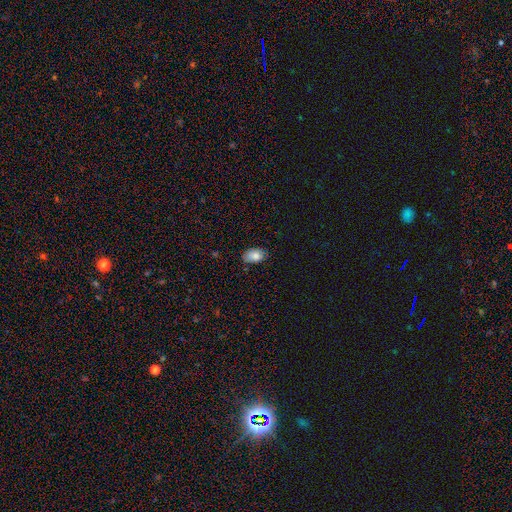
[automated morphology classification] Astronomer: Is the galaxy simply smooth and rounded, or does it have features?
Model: smooth — 83%.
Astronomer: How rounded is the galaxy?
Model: in between — 88%.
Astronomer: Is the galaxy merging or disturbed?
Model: none — 74%.